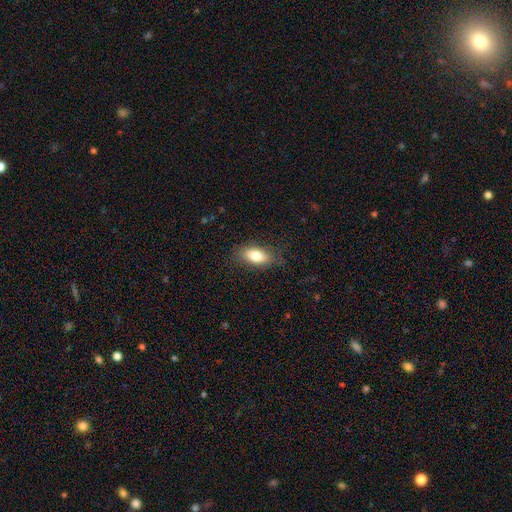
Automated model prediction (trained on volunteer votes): The model was most divided on "merging": none: 80%, minor disturbance: 15%, major disturbance: 4%, merger: 1%. More confident: how rounded — in between (87%); smooth or featured — smooth (79%).